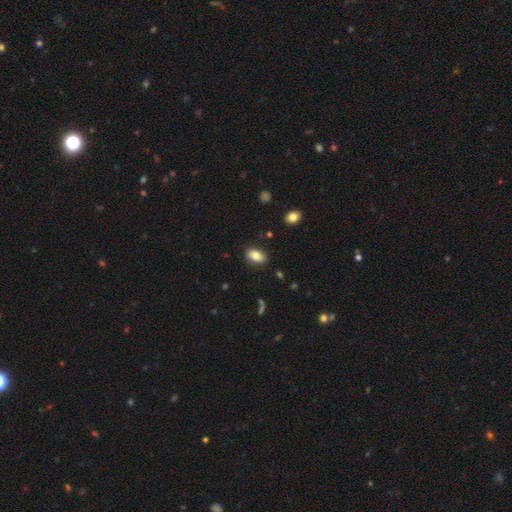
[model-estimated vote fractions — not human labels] Smooth or featured? smooth (80%)
How rounded? in between (88%)
Merging? none (85%)